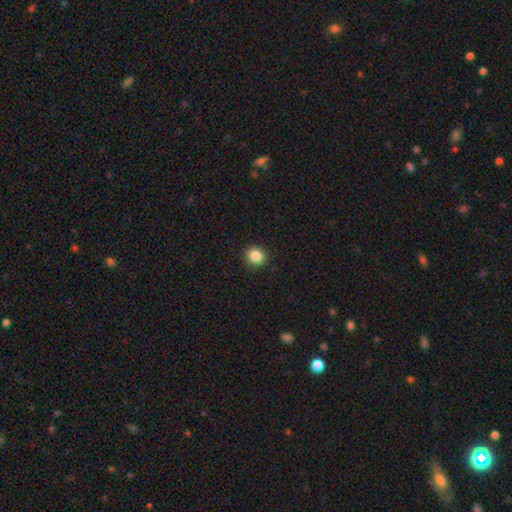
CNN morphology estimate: Overall: smooth (85%). How rounded: round (85%). Merging: none (91%).